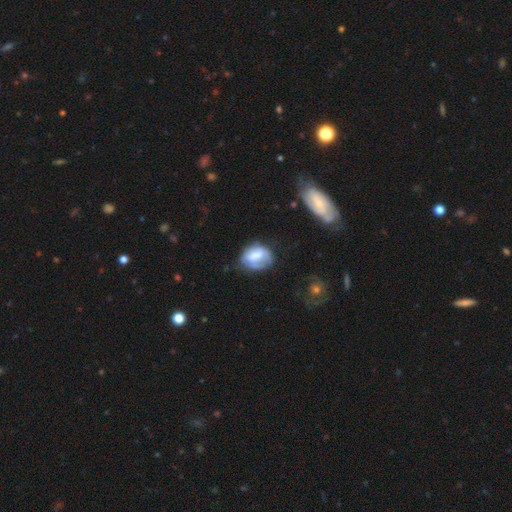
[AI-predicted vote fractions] Smooth or featured?
  - smooth: 57% *
  - featured or disk: 34%
  - star or artifact: 9%
How rounded?
  - in between: 61% *
  - round: 37%
  - cigar-shaped: 2%
Merging?
  - none: 47% *
  - minor disturbance: 32%
  - major disturbance: 17%
  - merger: 4%